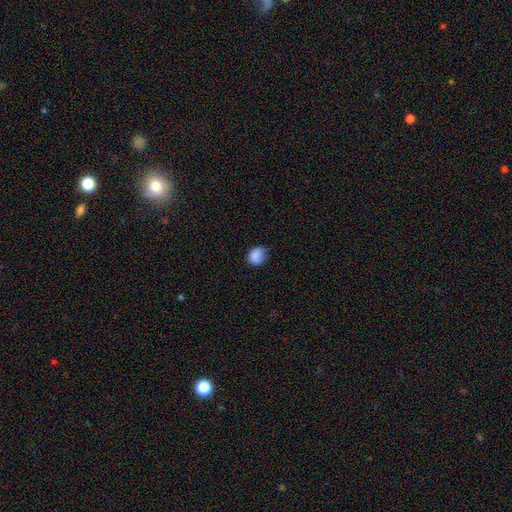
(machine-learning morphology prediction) Smooth or featured? smooth (86%)
How rounded? round (66%)
Merging? none (64%)